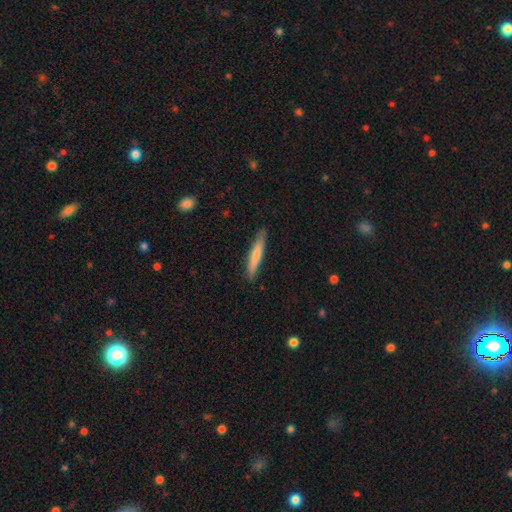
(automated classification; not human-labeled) This appears to be a smooth galaxy with no disk features (74%) that is cigar-shaped (93%). Merging: none (86%).